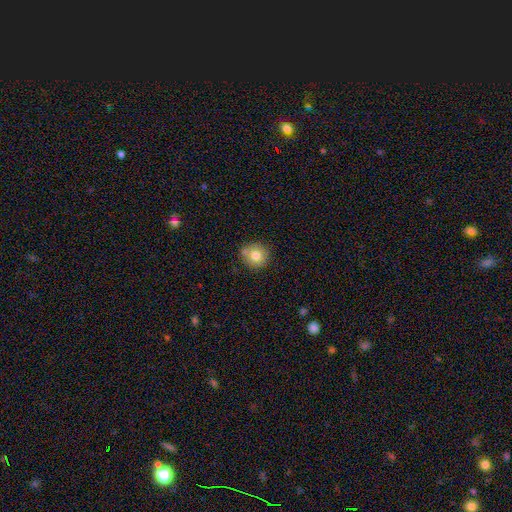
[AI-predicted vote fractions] smooth_or_featured: smooth (p=0.78) [alt: featured or disk p=0.12]
how_rounded: round (p=0.92) [alt: in between p=0.07]
merging: none (p=0.79) [alt: minor disturbance p=0.13]